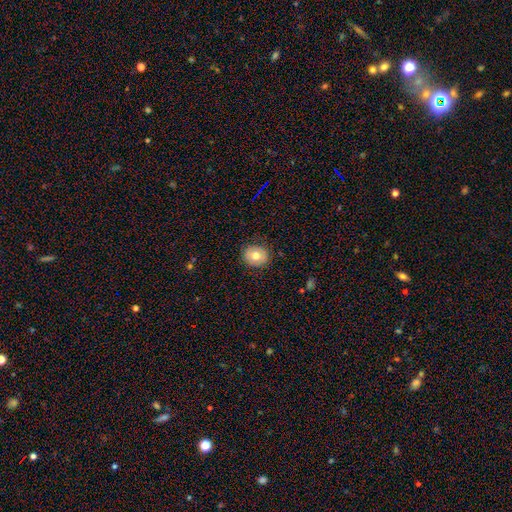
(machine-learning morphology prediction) Smooth or featured: smooth — 69% (featured or disk — 23%)
How rounded: round — 71% (in between — 28%)
Merging: none — 86% (minor disturbance — 11%)